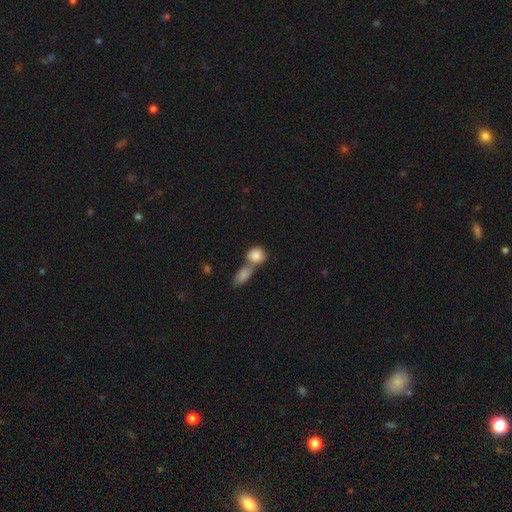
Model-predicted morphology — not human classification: This appears to be a smooth galaxy with no disk features (85%) that is round (64%). Merging: merger (57%).